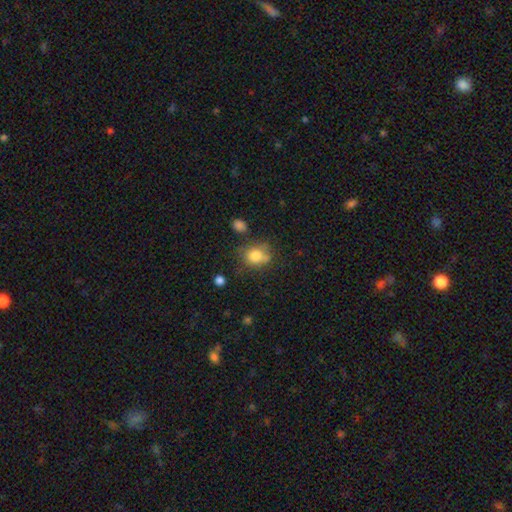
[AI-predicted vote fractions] The model was most divided on "how rounded": round: 61%, in between: 37%, cigar-shaped: 1%. More confident: smooth or featured — smooth (77%); merging — none (56%).